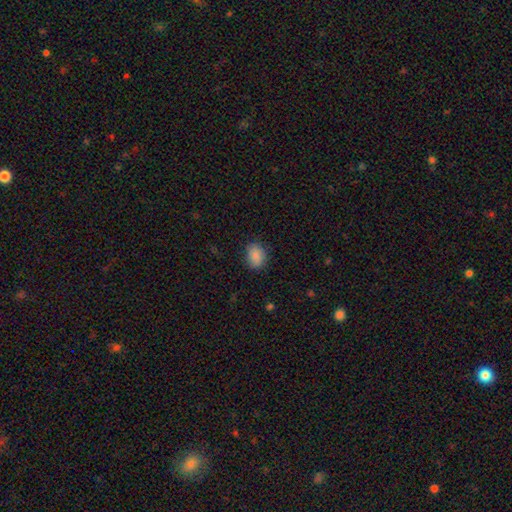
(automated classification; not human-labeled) Smooth or featured? smooth (88%)
How rounded? in between (64%)
Merging? none (84%)